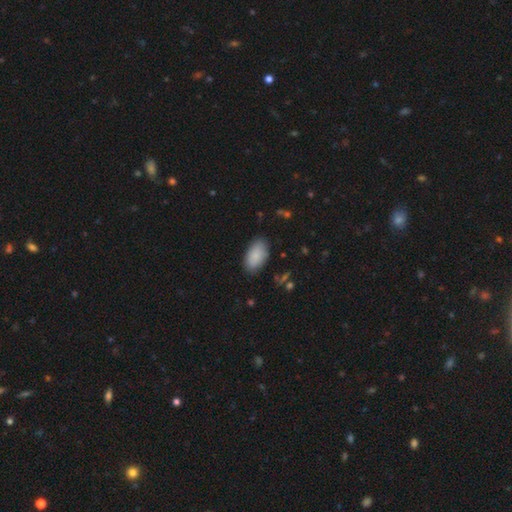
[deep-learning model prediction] Smooth or featured? smooth (87%)
How rounded? in between (95%)
Merging? none (84%)